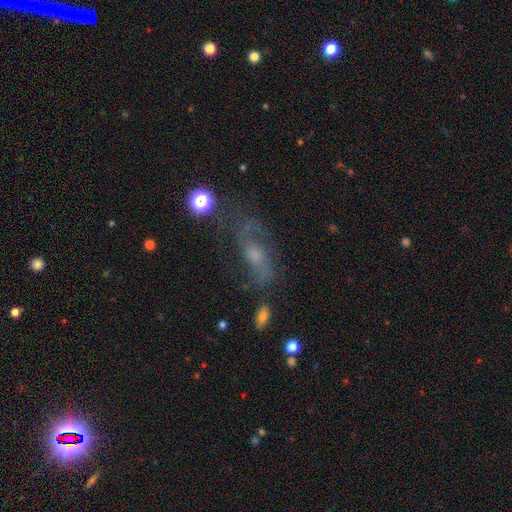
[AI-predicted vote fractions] This appears to be a featured or disk galaxy (55%). Merging: none (53%).